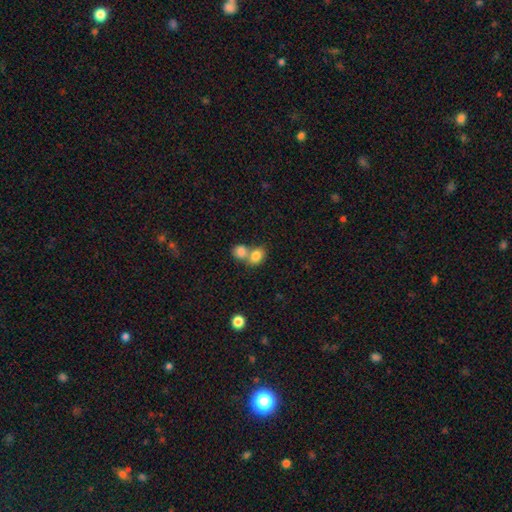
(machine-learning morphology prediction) This is clearly a smooth galaxy (81%). How rounded: possibly in between (56%). Merging: likely merger (61%).